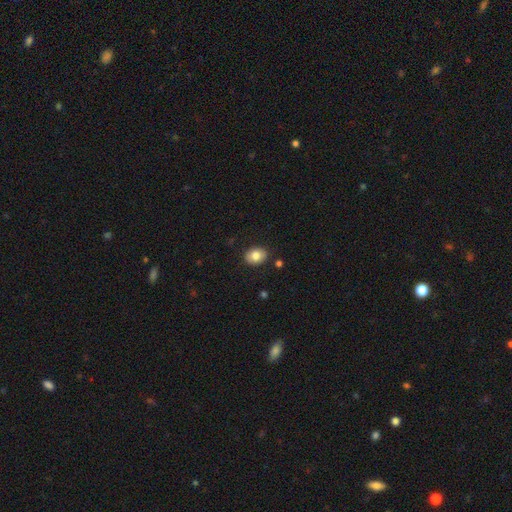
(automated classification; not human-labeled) smooth-or-featured: smooth: 82% | featured or disk: 10% | star or artifact: 8%
  how-rounded: in between: 62% | round: 37% | cigar-shaped: 1%
  merging: none: 88% | minor disturbance: 9% | major disturbance: 2% | merger: 2%